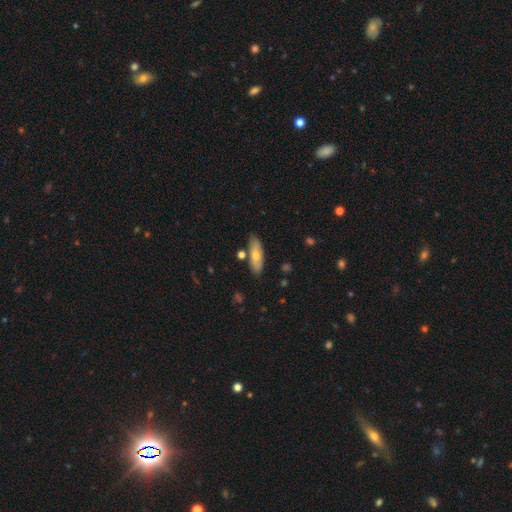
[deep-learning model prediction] Smooth or featured? smooth (67%)
How rounded? in between (56%)
Merging? none (81%)